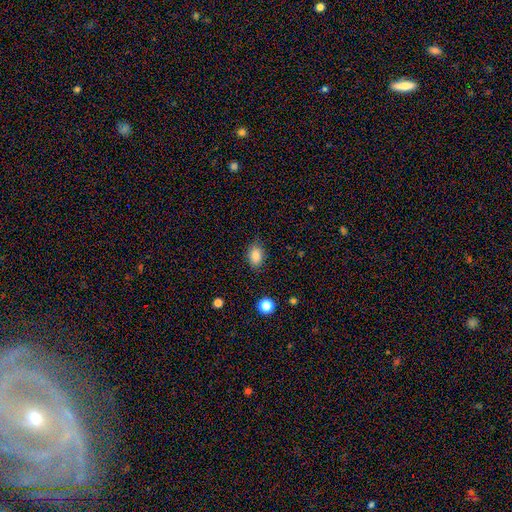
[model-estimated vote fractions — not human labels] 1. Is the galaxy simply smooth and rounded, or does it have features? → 86% smooth, 9% star or artifact, 5% featured or disk.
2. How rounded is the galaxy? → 79% in between, 20% round, 1% cigar-shaped.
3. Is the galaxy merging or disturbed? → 81% none, 14% minor disturbance, 3% major disturbance, 1% merger.